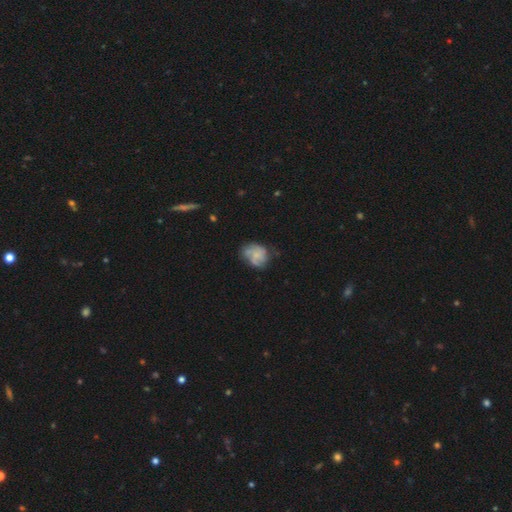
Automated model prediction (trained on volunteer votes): Overall: featured or disk (55%; smooth 37%). Edge-on disk: no (98%). Bar: no (78%). Spiral arms: yes (74%). Bulge size: small (48%; none 33%). Merging: none (52%; minor disturbance 28%).